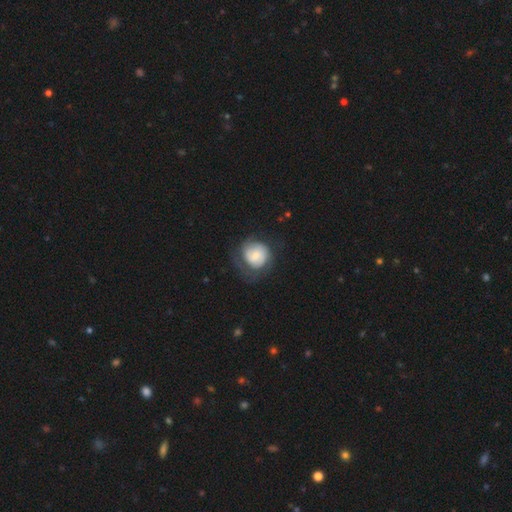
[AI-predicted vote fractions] Smooth or featured: smooth — 48% (featured or disk — 45%)
Merging: none — 53% (minor disturbance — 23%)